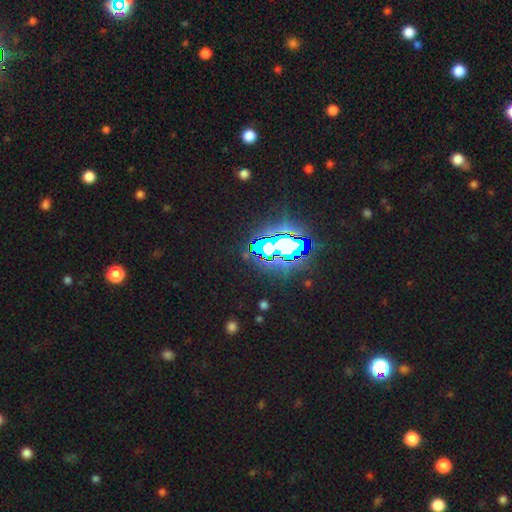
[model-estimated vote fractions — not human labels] star or artifact 81%, smooth 11%, featured or disk 7%.